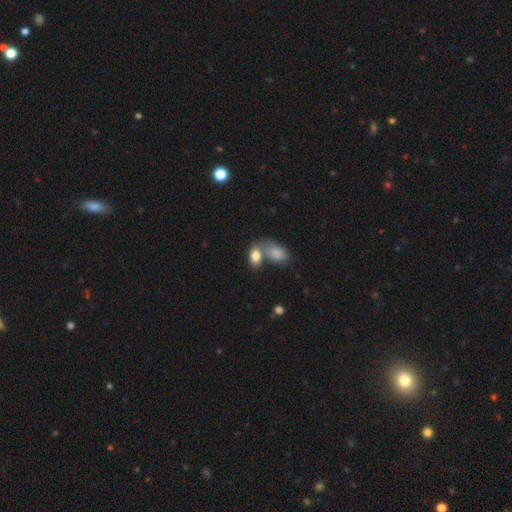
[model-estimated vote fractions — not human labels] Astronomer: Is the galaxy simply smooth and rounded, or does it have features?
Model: smooth — 84%.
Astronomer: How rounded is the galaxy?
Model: in between — 89%.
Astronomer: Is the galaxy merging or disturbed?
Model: merger — 46% (runner-up: none, 38%).